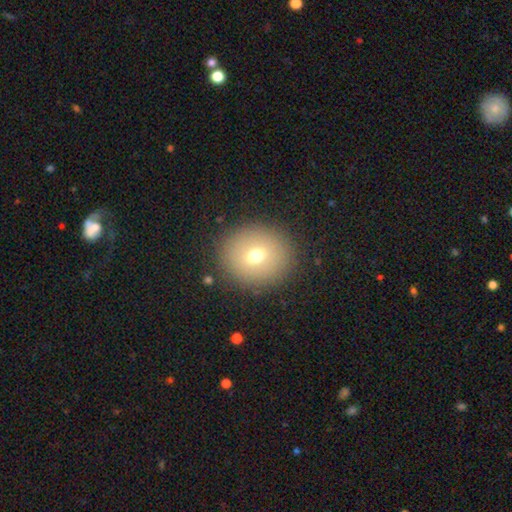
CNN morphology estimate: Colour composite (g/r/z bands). It shows a smooth galaxy with no disk features (66%) that is round (79%). Merging: none (87%).